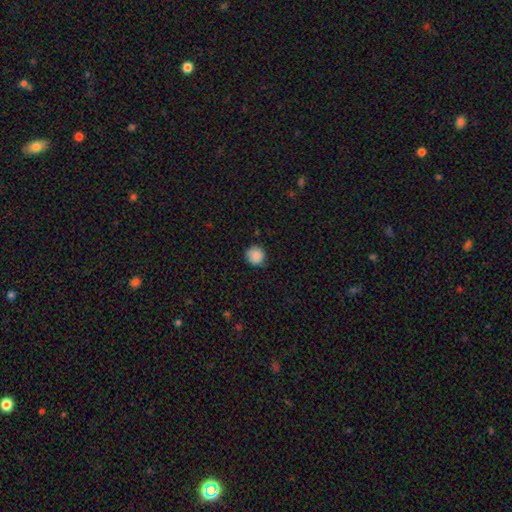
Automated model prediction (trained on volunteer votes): A smooth galaxy with no disk features (88%) that is round (94%). Merging: none (85%).